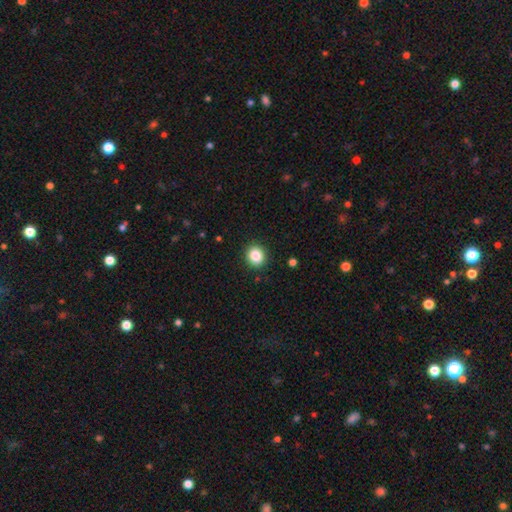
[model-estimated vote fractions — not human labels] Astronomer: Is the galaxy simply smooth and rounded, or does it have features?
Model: smooth — 85%.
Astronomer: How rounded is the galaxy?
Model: round — 79%.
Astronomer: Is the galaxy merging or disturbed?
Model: none — 91%.